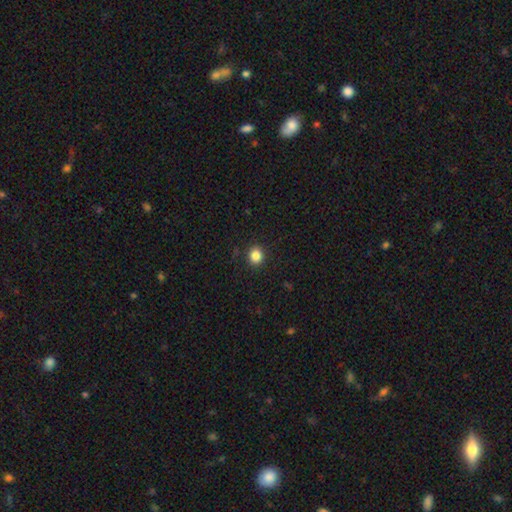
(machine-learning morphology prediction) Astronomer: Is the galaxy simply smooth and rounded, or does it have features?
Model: smooth — 85%.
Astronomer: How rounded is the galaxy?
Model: round — 74%.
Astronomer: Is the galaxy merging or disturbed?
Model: none — 90%.